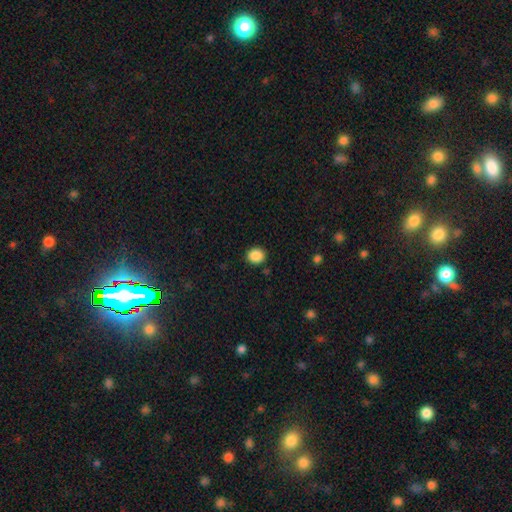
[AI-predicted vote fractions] The model was most divided on "how rounded": round: 80%, in between: 19%, cigar-shaped: 1%. More confident: merging — none (89%); smooth or featured — smooth (88%).